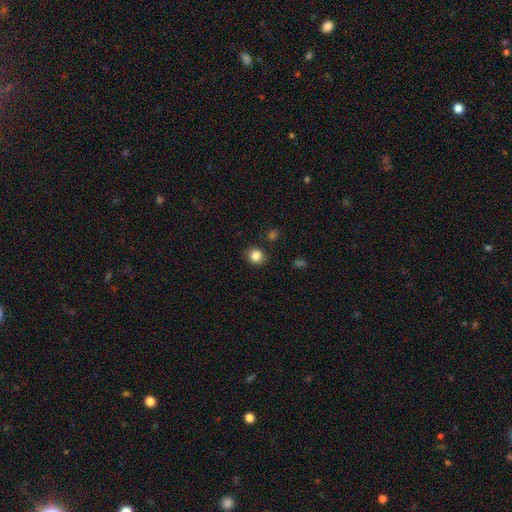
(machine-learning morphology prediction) A smooth galaxy with no disk features (86%) that is round (83%). Merging: none (88%).